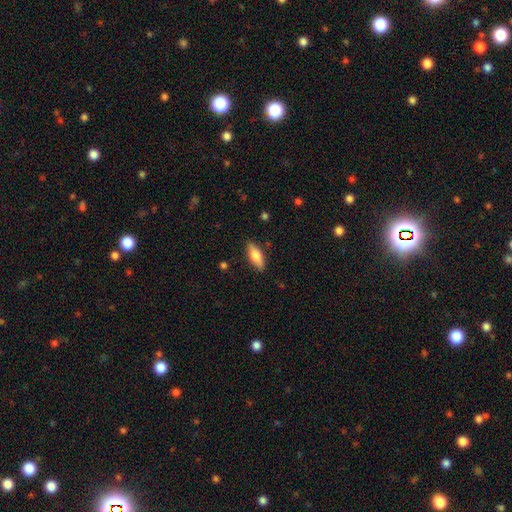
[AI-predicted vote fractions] The model was most divided on "how rounded": in between: 69%, cigar-shaped: 28%, round: 2%. More confident: merging — none (86%); smooth or featured — smooth (73%).